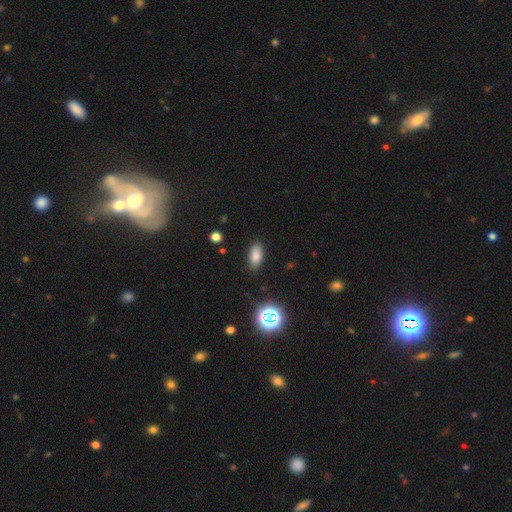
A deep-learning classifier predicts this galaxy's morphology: This appears to be a smooth galaxy with no disk features (77%) that is in between round and cigar-shaped (87%). Merging: none (86%).